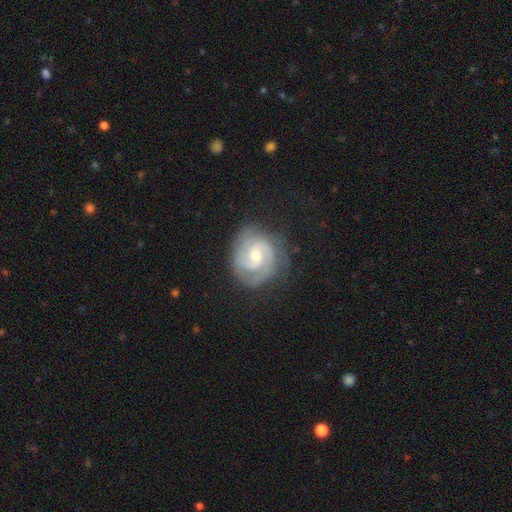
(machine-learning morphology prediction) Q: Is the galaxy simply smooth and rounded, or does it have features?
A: featured or disk — 87%.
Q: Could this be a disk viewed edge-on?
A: no — 98%.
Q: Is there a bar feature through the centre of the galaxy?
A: no — 48%.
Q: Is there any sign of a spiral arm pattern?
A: yes — 98%.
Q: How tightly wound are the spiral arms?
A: tight — 56%.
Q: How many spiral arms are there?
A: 2 — 64%.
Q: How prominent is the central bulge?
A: small — 49%.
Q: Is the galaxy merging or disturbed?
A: none — 77%.